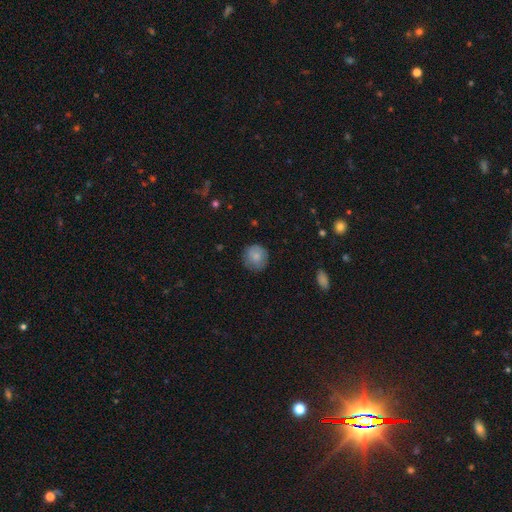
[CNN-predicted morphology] Smooth or featured: smooth — 80% (featured or disk — 13%)
How rounded: round — 92% (in between — 7%)
Merging: none — 79% (minor disturbance — 16%)